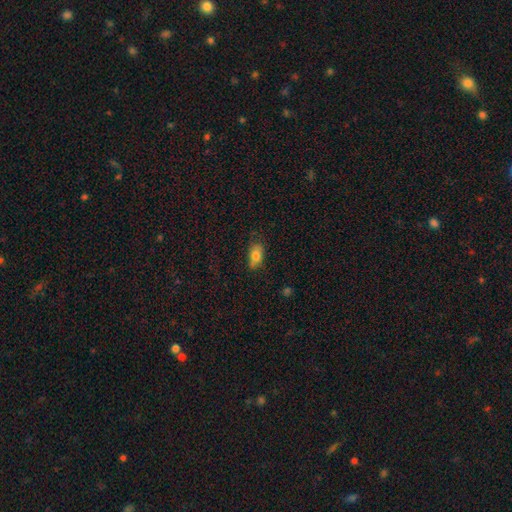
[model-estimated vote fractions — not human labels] This appears to be a smooth galaxy with no disk features (77%) that is in between round and cigar-shaped (87%). Merging: none (70%).